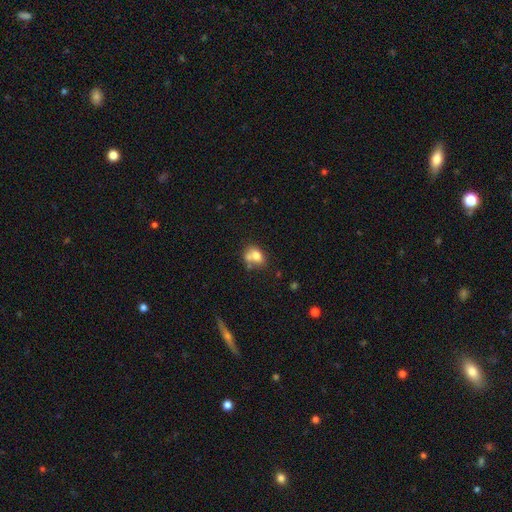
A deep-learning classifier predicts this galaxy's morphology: This is likely a smooth galaxy (71%). How rounded: likely in between (62%). Merging: marginally merger (43%).